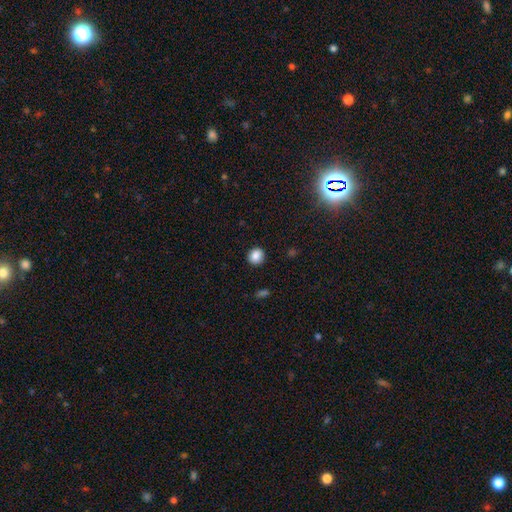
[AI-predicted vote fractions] smooth-or-featured: smooth: 86% | star or artifact: 10% | featured or disk: 4%
  how-rounded: round: 89% | in between: 10% | cigar-shaped: 1%
  merging: none: 91% | minor disturbance: 6% | major disturbance: 2% | merger: 1%